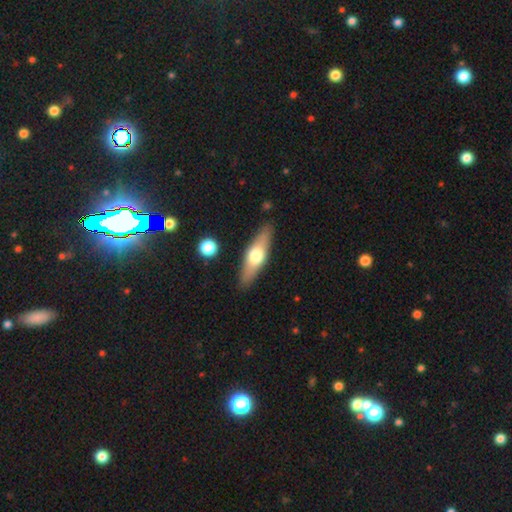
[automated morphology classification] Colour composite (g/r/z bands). It shows a smooth galaxy with no disk features (51%) that is cigar-shaped (59%). Merging: none (87%).